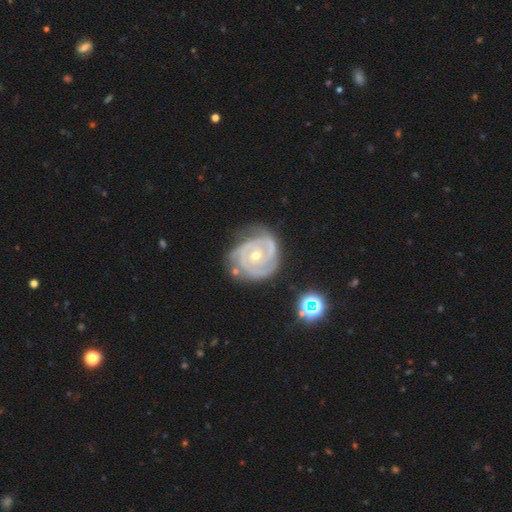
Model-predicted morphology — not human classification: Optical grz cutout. It shows a featured or disk galaxy (89%) with no bar (71%), 2 (38%) tight (74%) spiral arms (97%) and a moderate central bulge (50%). Merging: none (59%).